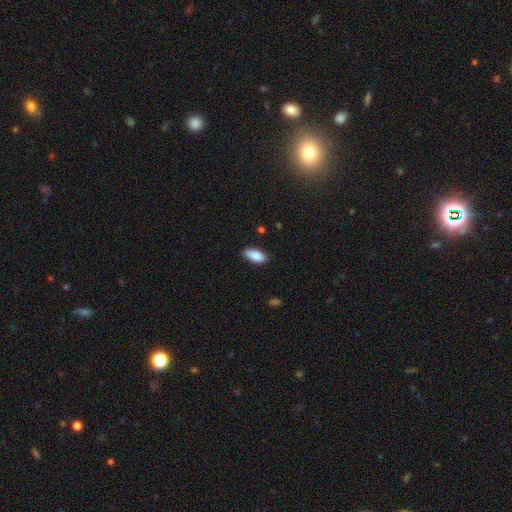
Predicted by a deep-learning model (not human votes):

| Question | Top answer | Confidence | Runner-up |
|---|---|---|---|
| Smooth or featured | smooth | 88% | star or artifact (7%) |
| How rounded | in between | 88% | cigar-shaped (10%) |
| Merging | none | 81% | minor disturbance (15%) |